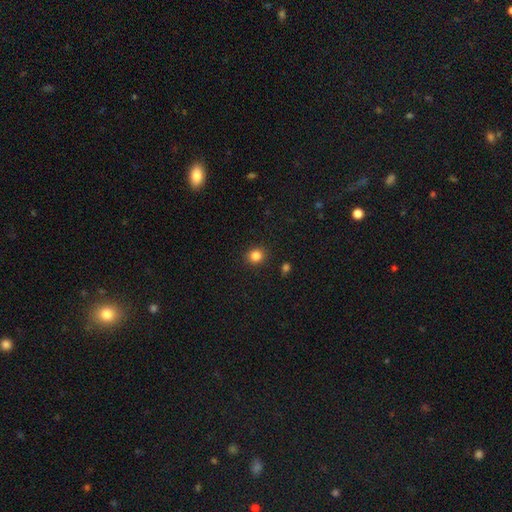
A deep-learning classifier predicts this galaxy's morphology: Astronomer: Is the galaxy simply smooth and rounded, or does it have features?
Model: smooth — 84%.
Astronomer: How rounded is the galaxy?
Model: round — 84%.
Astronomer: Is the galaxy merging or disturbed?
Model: none — 90%.